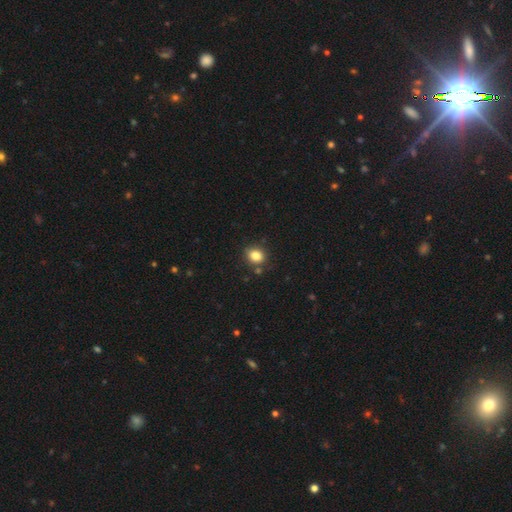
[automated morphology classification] smooth_or_featured: smooth (p=0.84) [alt: star or artifact p=0.11]
how_rounded: round (p=0.60) [alt: in between p=0.39]
merging: none (p=0.80) [alt: minor disturbance p=0.12]